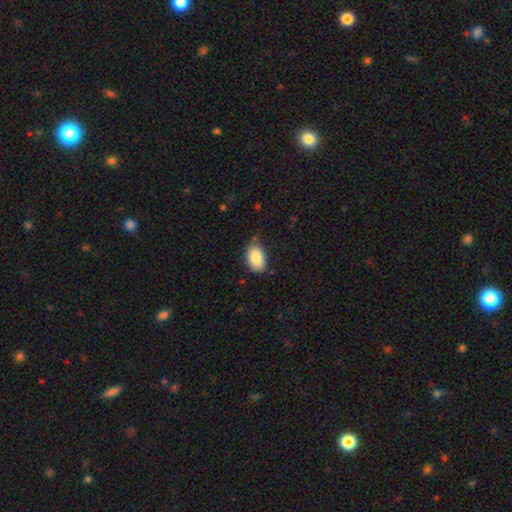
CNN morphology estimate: Smooth or featured: smooth — 87% (star or artifact — 7%)
How rounded: in between — 92% (round — 7%)
Merging: none — 79% (minor disturbance — 17%)